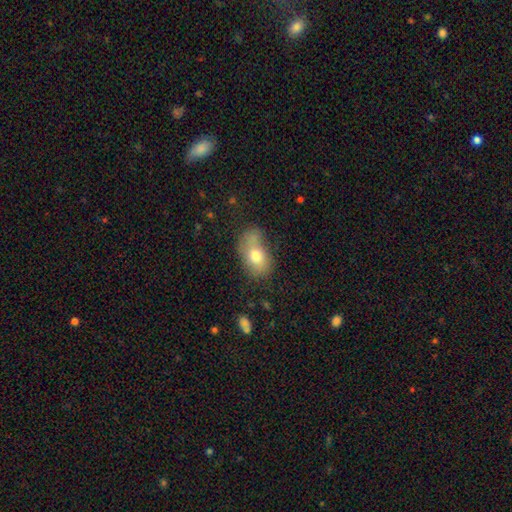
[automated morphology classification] Overall: smooth (73%). How rounded: in between (84%). Merging: none (43%; minor disturbance 30%).